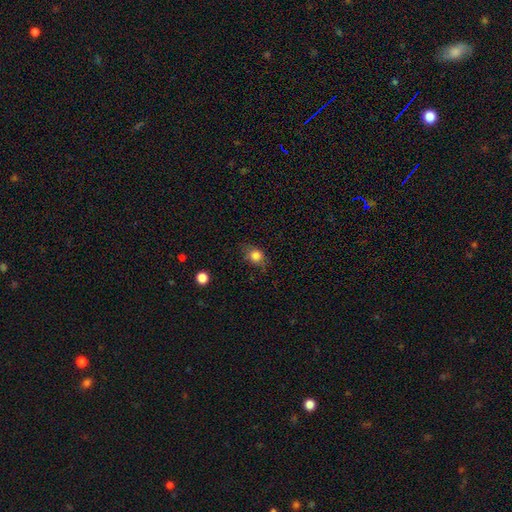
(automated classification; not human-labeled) Q: Smooth or featured?
A: smooth (81%); runner-up: star or artifact (11%)
Q: How rounded?
A: round (55%); runner-up: in between (44%)
Q: Merging?
A: none (72%); runner-up: minor disturbance (21%)